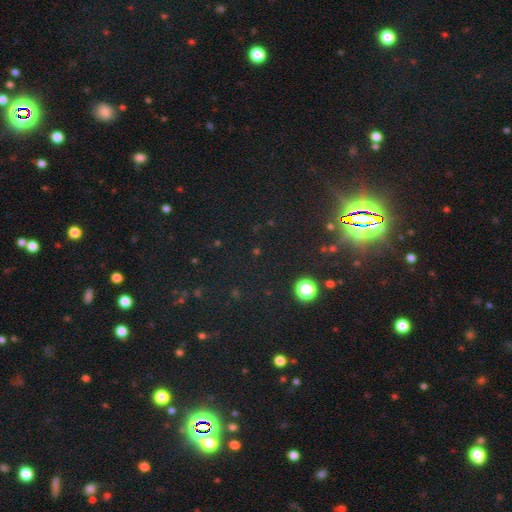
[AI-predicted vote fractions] Smooth or featured? star or artifact (82%)